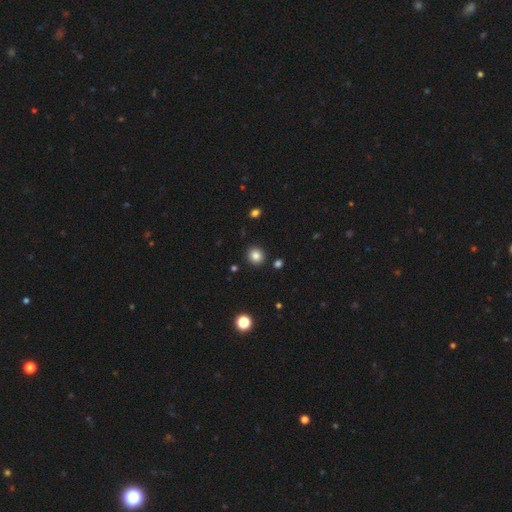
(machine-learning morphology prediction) This appears to be a smooth galaxy with no disk features (84%) that is round (89%). Merging: none (91%).